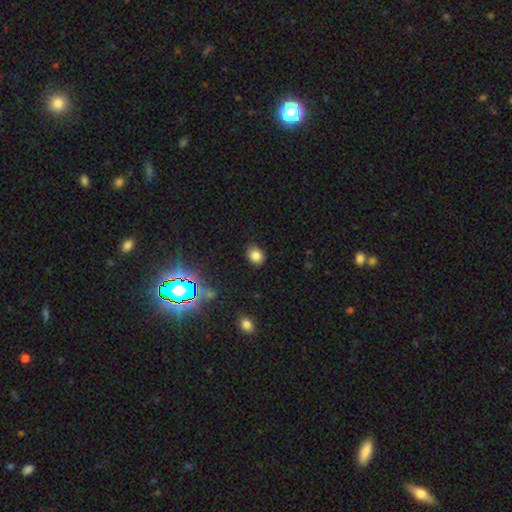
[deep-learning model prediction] smooth_or_featured: smooth (p=0.80) [alt: star or artifact p=0.14]
how_rounded: round (p=0.53) [alt: in between p=0.46]
merging: none (p=0.84) [alt: minor disturbance p=0.12]